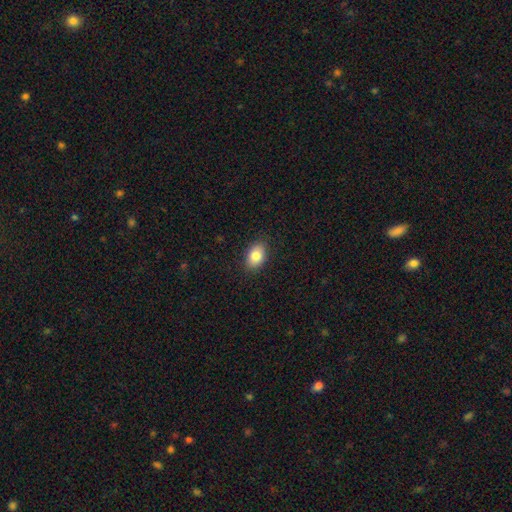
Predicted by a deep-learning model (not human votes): The model was most divided on "how rounded": in between: 84%, round: 15%, cigar-shaped: 1%. More confident: merging — none (87%); smooth or featured — smooth (83%).